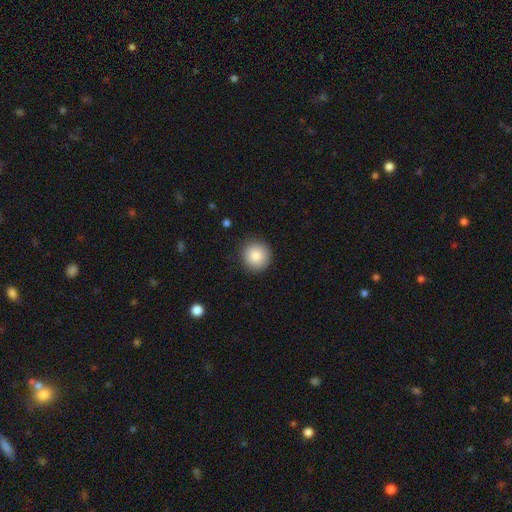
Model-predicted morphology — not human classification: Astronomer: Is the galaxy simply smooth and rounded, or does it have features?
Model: smooth — 87%.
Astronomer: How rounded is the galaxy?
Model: round — 94%.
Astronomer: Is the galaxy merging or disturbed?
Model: none — 90%.